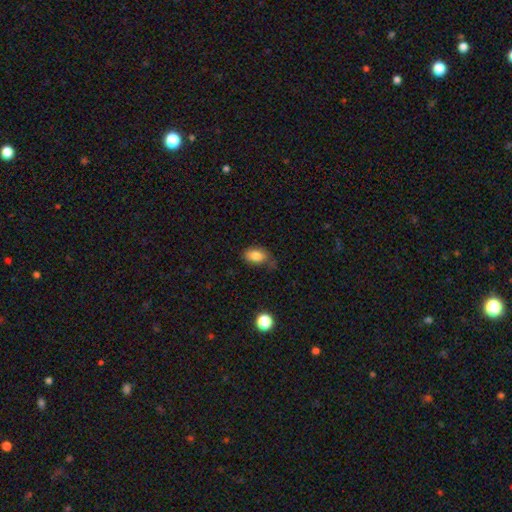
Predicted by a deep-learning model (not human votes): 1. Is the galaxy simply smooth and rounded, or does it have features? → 83% smooth, 9% star or artifact, 8% featured or disk.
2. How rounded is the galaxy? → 86% in between, 12% round, 2% cigar-shaped.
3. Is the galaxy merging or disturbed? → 60% none, 29% minor disturbance, 8% major disturbance, 3% merger.